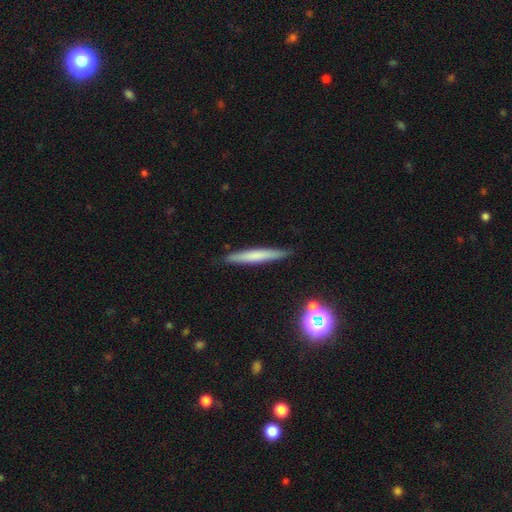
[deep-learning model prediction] smooth_or_featured: smooth (p=0.60) [alt: featured or disk p=0.32]
how_rounded: cigar-shaped (p=0.95) [alt: in between p=0.04]
merging: none (p=0.89) [alt: minor disturbance p=0.08]